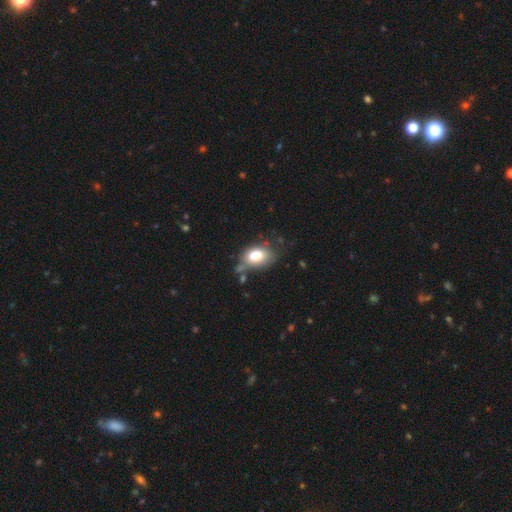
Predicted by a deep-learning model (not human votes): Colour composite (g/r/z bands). It shows a smooth galaxy with no disk features (79%) that is in between round and cigar-shaped (82%). Merging: none (56%).